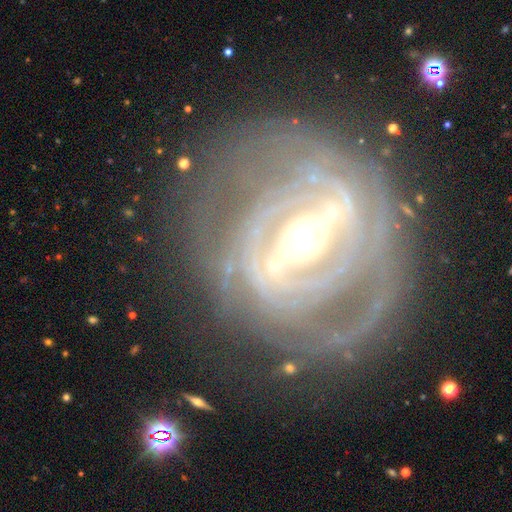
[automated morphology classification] smooth_or_featured: featured or disk (p=0.89) [alt: star or artifact p=0.06]
disk_edge_on: no (p=0.94) [alt: yes p=0.06]
bar: strong (p=0.67) [alt: weak p=0.20]
has_spiral_arms: yes (p=0.91) [alt: no p=0.09]
spiral_winding: tight (p=0.72) [alt: medium p=0.21]
spiral_arm_count: can't tell (p=0.30) [alt: 2 p=0.28]
bulge_size: moderate (p=0.66) [alt: small p=0.17]
merging: none (p=0.71) [alt: minor disturbance p=0.15]